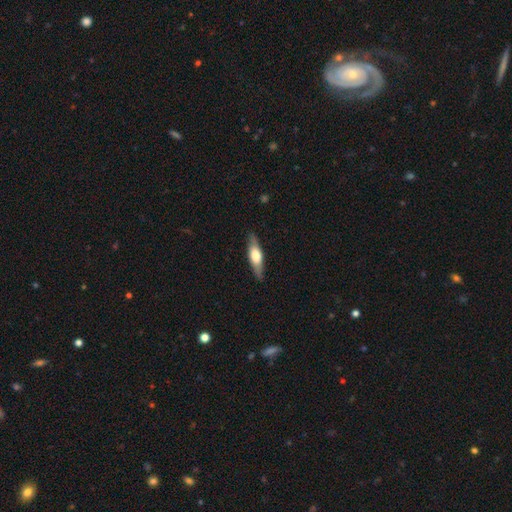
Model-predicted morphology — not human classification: This appears to be a smooth galaxy with no disk features (48%). Merging: none (86%).